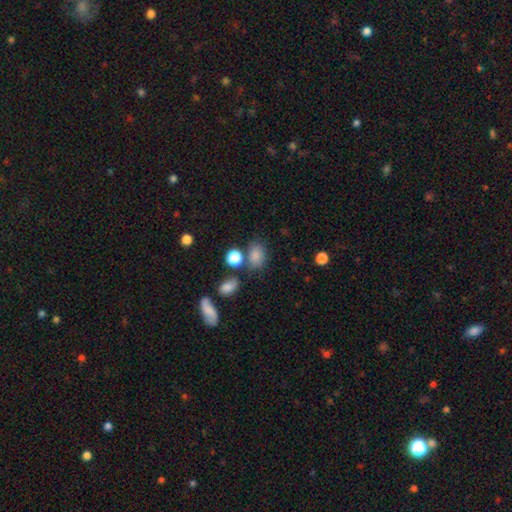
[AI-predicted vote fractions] Smooth or featured: smooth — 83% (star or artifact — 11%)
How rounded: in between — 71% (round — 27%)
Merging: none — 66% (minor disturbance — 16%)